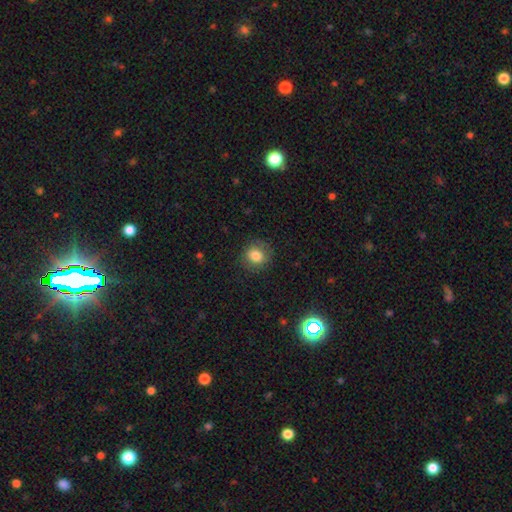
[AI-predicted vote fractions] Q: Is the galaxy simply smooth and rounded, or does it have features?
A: smooth — 81%.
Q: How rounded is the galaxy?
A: round — 77%.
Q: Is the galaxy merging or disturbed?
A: none — 82%.